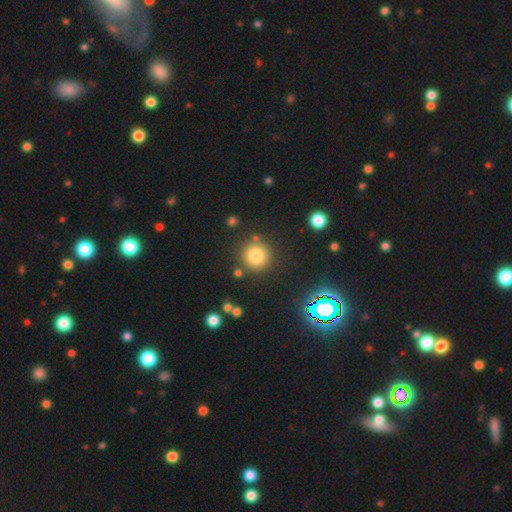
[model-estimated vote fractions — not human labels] Q: Smooth or featured?
A: smooth (79%); runner-up: star or artifact (15%)
Q: How rounded?
A: round (94%); runner-up: in between (5%)
Q: Merging?
A: none (83%); runner-up: minor disturbance (8%)